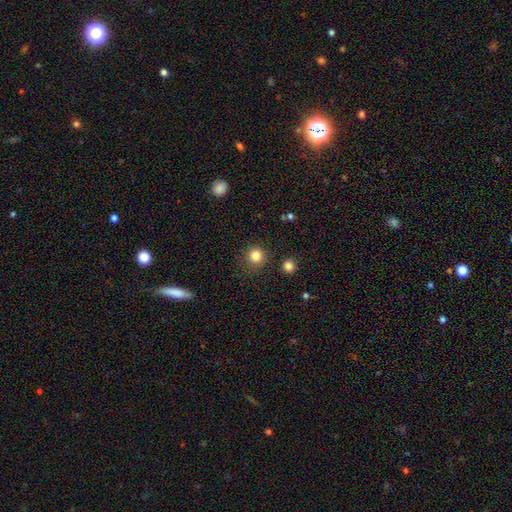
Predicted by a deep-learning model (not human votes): A smooth galaxy with no disk features (83%) that is round (92%). Merging: none (86%).